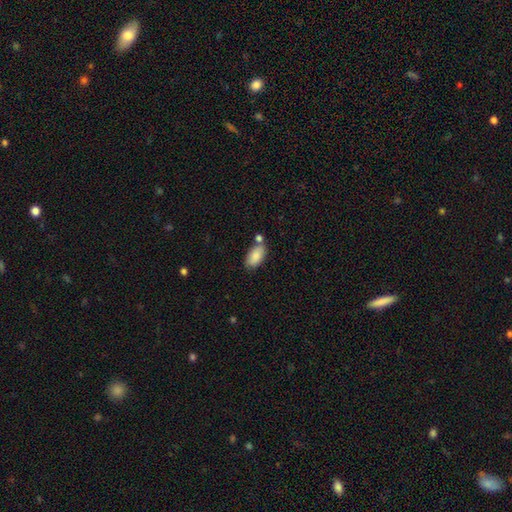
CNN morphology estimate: smooth_or_featured: smooth (p=0.86) [alt: featured or disk p=0.07]
how_rounded: in between (p=0.94) [alt: round p=0.03]
merging: none (p=0.65) [alt: merger p=0.16]